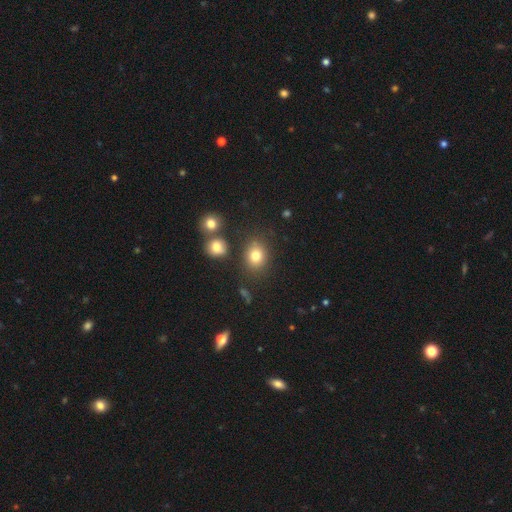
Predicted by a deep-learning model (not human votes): Q: Smooth or featured?
A: smooth (79%); runner-up: star or artifact (13%)
Q: How rounded?
A: round (59%); runner-up: in between (40%)
Q: Merging?
A: none (79%); runner-up: minor disturbance (11%)